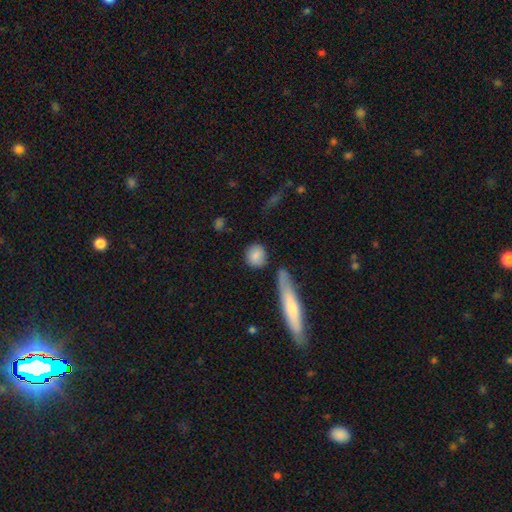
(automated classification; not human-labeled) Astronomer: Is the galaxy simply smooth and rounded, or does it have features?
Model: smooth — 83%.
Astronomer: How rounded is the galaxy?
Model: round — 81%.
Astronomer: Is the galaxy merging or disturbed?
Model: none — 79%.